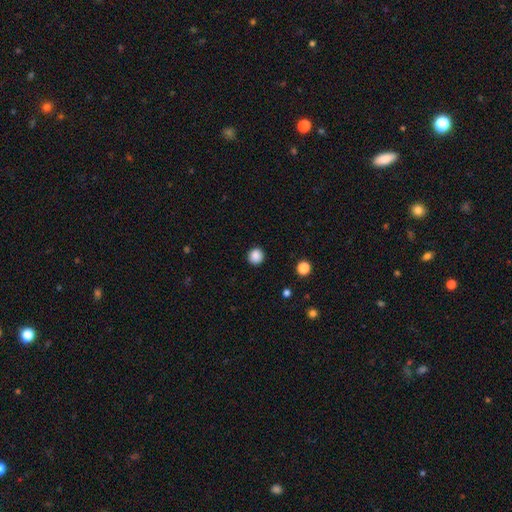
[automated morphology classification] Smooth or featured: smooth — 87% (star or artifact — 10%)
How rounded: round — 94% (in between — 5%)
Merging: none — 92% (minor disturbance — 5%)